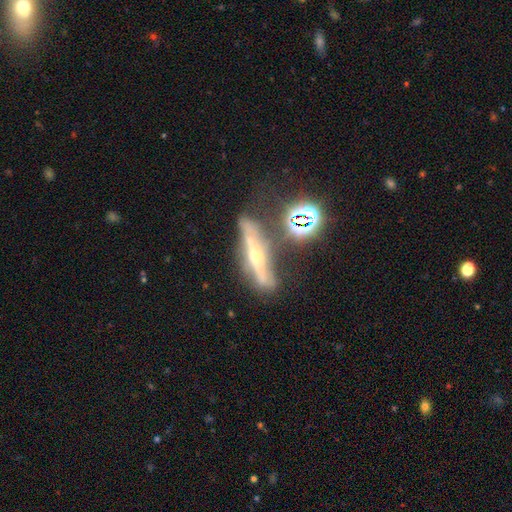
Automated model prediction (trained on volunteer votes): Q: Smooth or featured?
A: featured or disk (64%); runner-up: smooth (19%)
Q: Edge-on disk?
A: yes (78%); runner-up: no (22%)
Q: Edge-on bulge?
A: rounded (75%); runner-up: none (15%)
Q: Merging?
A: none (52%); runner-up: minor disturbance (24%)